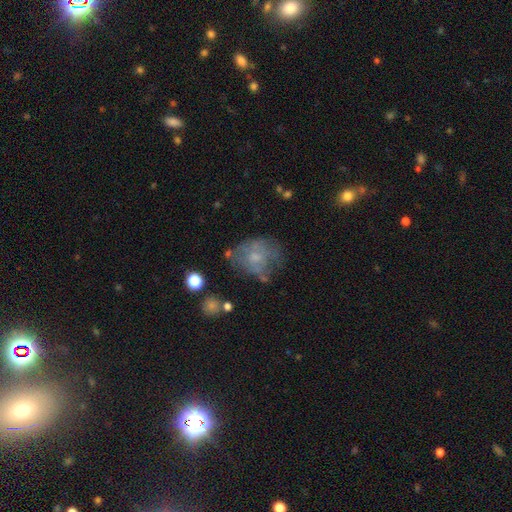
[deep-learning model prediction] Overall: smooth (47%; featured or disk 41%). Merging: none (44%; minor disturbance 27%).